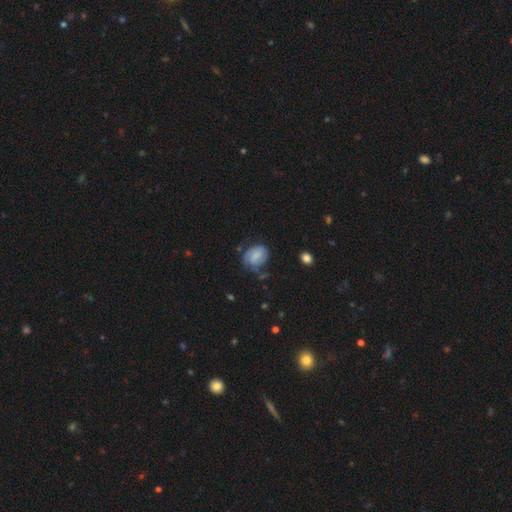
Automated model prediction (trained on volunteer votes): This is possibly a smooth galaxy (49%). Merging: possibly none (55%).